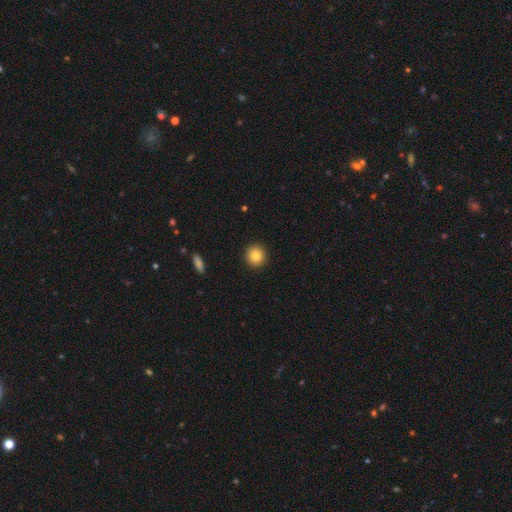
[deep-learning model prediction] Smooth or featured? Predicted: smooth (p=0.84). How rounded? Predicted: round (p=0.92). Merging? Predicted: none (p=0.93).